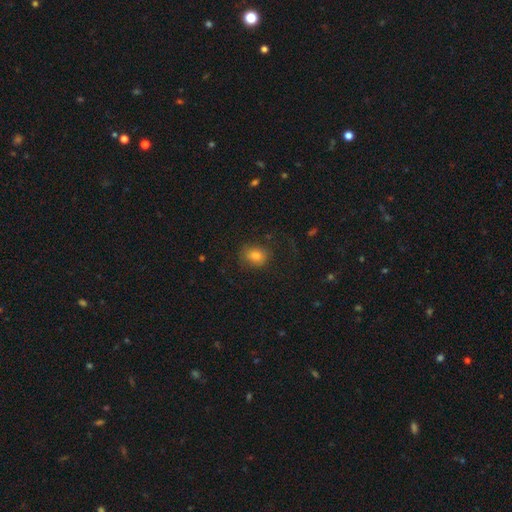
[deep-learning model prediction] smooth_or_featured: smooth (p=0.79) [alt: star or artifact p=0.12]
how_rounded: round (p=0.60) [alt: in between p=0.39]
merging: none (p=0.76) [alt: minor disturbance p=0.15]